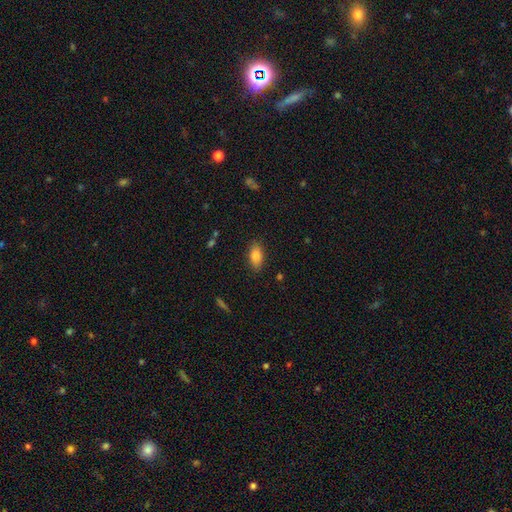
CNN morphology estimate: Q: Smooth or featured?
A: smooth (84%); runner-up: featured or disk (8%)
Q: How rounded?
A: in between (88%); runner-up: cigar-shaped (7%)
Q: Merging?
A: none (85%); runner-up: minor disturbance (11%)